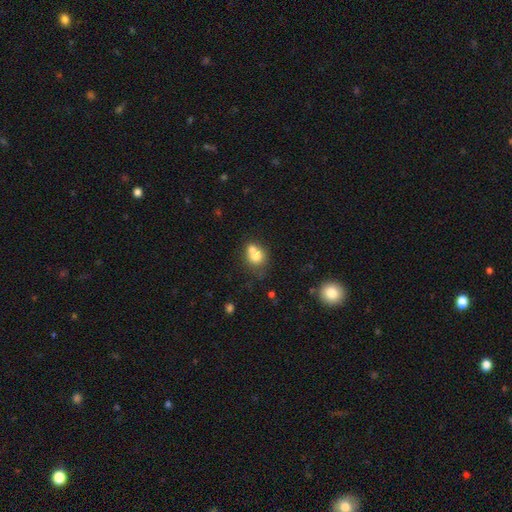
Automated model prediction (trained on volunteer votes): smooth_or_featured: smooth (p=0.72) [alt: featured or disk p=0.17]
how_rounded: round (p=0.73) [alt: in between p=0.27]
merging: merger (p=0.52) [alt: none p=0.35]